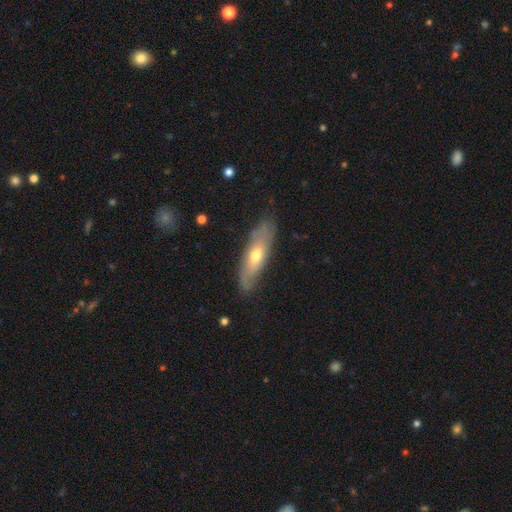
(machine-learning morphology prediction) This is possibly a featured or disk galaxy (49%). Merging: likely none (75%).